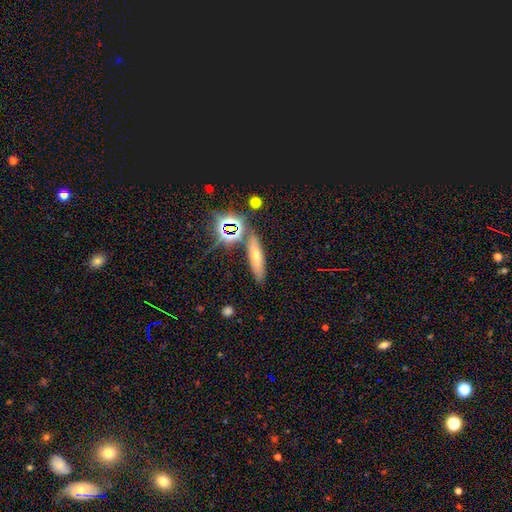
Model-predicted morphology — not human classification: This appears to be a smooth galaxy with no disk features (38%). Merging: none (80%).